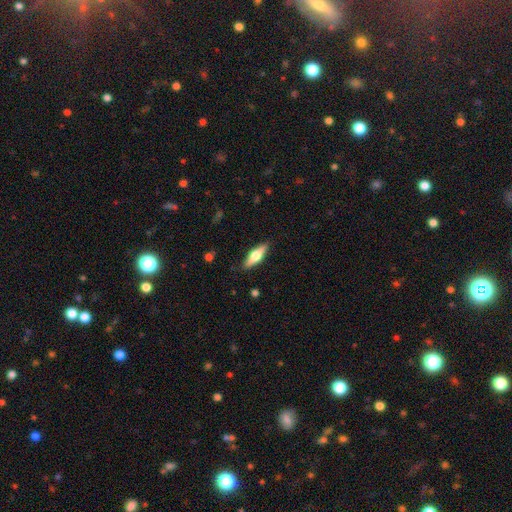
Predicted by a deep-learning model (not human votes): Smooth or featured? featured or disk (49%)
Merging? none (88%)